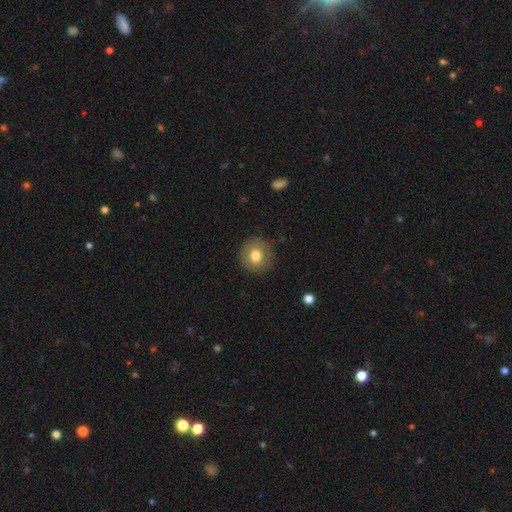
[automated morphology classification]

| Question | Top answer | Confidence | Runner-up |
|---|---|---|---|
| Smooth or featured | smooth | 76% | featured or disk (15%) |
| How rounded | round | 91% | in between (8%) |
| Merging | none | 88% | minor disturbance (8%) |